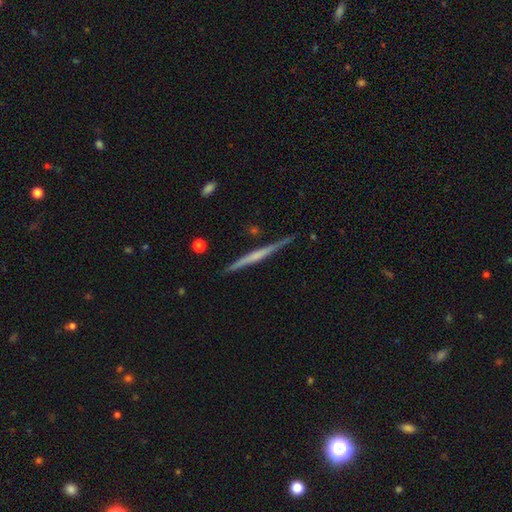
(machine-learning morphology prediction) A featured or disk galaxy (67%) viewed edge-on (98%) with no central bulge (62%). Merging: none (85%).